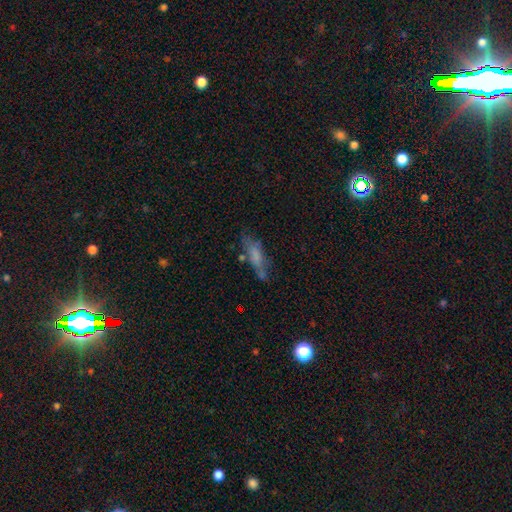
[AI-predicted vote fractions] Q: Smooth or featured?
A: smooth (58%); runner-up: featured or disk (31%)
Q: How rounded?
A: cigar-shaped (60%); runner-up: in between (38%)
Q: Merging?
A: none (54%); runner-up: minor disturbance (25%)